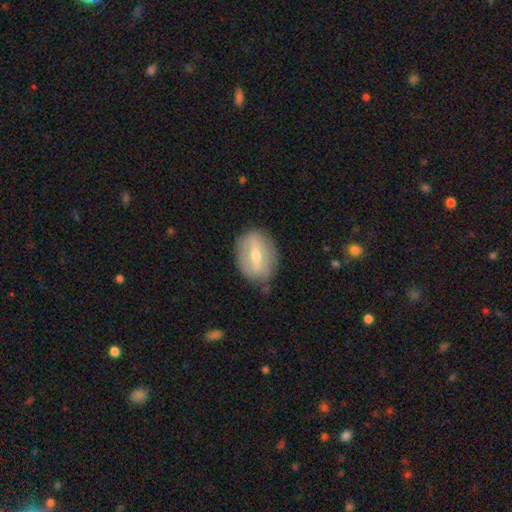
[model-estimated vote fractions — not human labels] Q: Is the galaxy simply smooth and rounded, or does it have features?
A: featured or disk — 59%.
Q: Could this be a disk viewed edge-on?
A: no — 87%.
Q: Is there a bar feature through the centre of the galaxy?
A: strong — 56%.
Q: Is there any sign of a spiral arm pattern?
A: no — 66%.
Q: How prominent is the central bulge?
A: moderate — 56%.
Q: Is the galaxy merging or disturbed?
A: none — 75%.